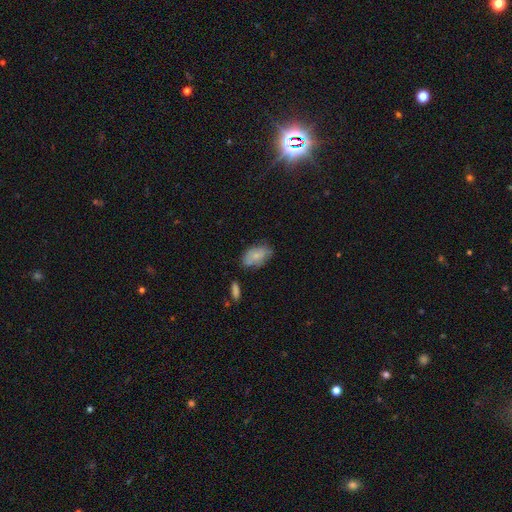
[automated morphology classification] This appears to be a smooth galaxy with no disk features (73%) that is in between round and cigar-shaped (92%). Merging: none (61%).